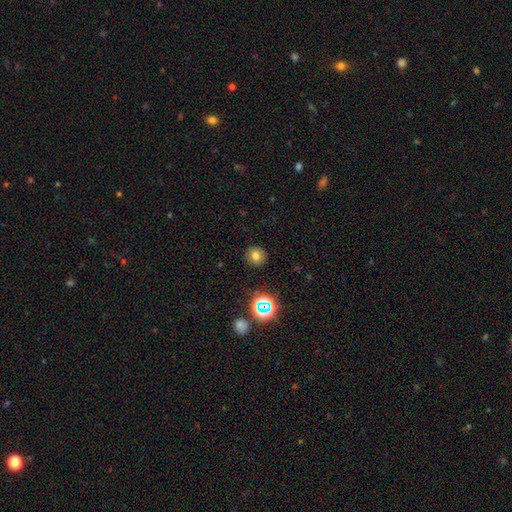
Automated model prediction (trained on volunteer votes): smooth-or-featured: smooth: 74% | star or artifact: 18% | featured or disk: 8%
  how-rounded: round: 88% | in between: 11% | cigar-shaped: 1%
  merging: none: 90% | minor disturbance: 7% | major disturbance: 2% | merger: 1%